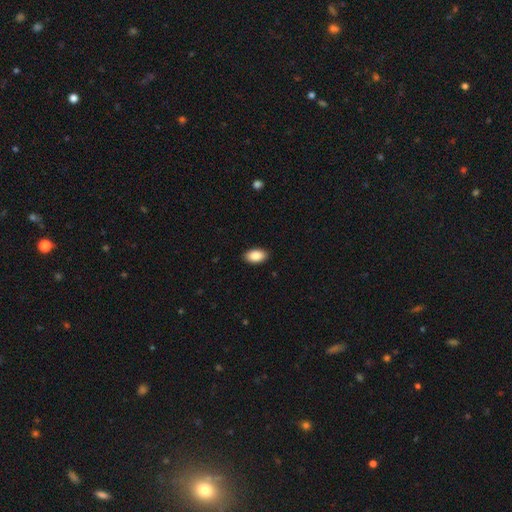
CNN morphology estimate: smooth-or-featured: smooth: 88% | star or artifact: 7% | featured or disk: 5%
  how-rounded: in between: 93% | round: 5% | cigar-shaped: 2%
  merging: none: 90% | minor disturbance: 8% | major disturbance: 2% | merger: 1%